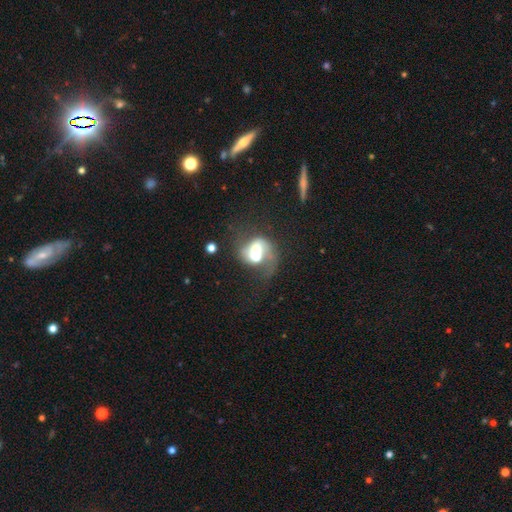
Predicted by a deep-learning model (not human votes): Smooth or featured?
  - featured or disk: 55% *
  - smooth: 36%
  - star or artifact: 9%
Edge-on disk?
  - no: 97% *
  - yes: 3%
Bar?
  - no: 61% *
  - weak: 28%
  - strong: 11%
Spiral arms?
  - yes: 65% *
  - no: 35%
Bulge size?
  - moderate: 50% *
  - large: 30%
  - small: 10%
  - dominant: 7%
  - none: 4%
Merging?
  - merger: 50% *
  - major disturbance: 21%
  - none: 18%
  - minor disturbance: 11%